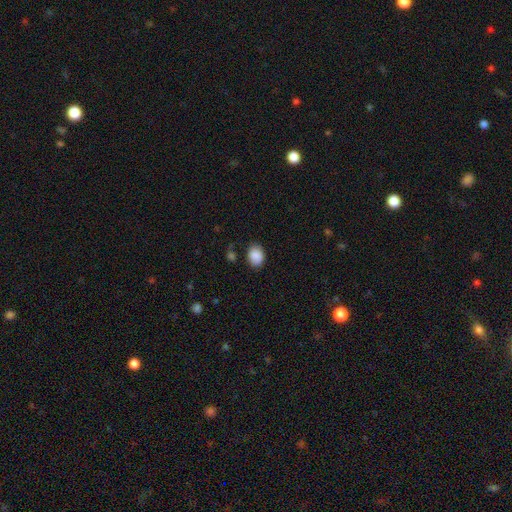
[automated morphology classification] Smooth or featured? smooth (89%)
How rounded? in between (66%)
Merging? none (82%)